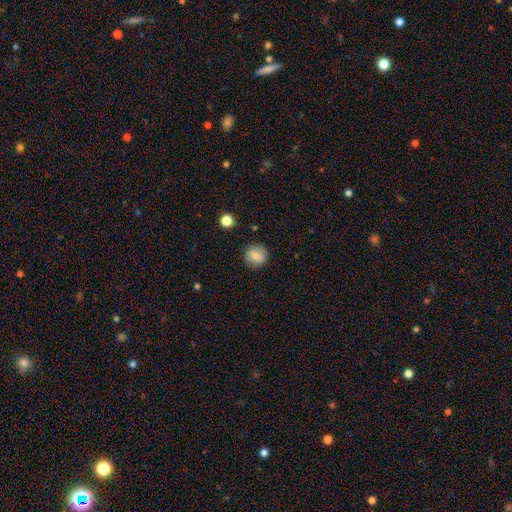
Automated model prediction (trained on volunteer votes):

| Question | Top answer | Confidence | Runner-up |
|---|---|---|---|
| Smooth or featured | smooth | 76% | featured or disk (15%) |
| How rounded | round | 92% | in between (7%) |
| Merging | none | 88% | minor disturbance (8%) |